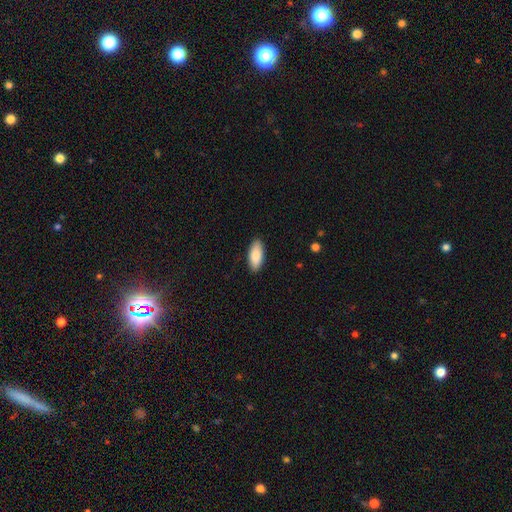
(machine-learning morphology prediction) A smooth galaxy with no disk features (88%) that is in between round and cigar-shaped (87%). Merging: none (90%).